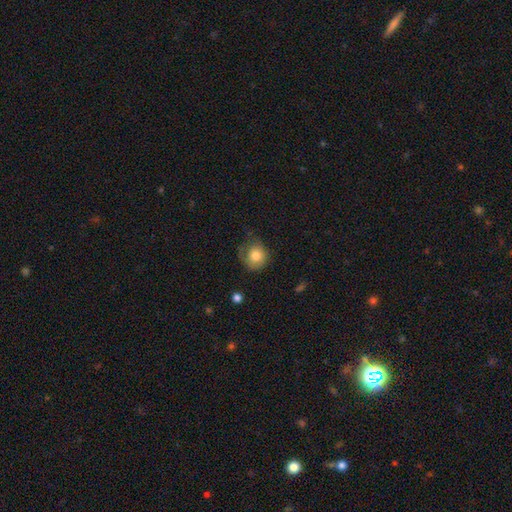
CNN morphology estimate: Smooth or featured? Predicted: smooth (p=0.78). How rounded? Predicted: round (p=0.81). Merging? Predicted: none (p=0.53).